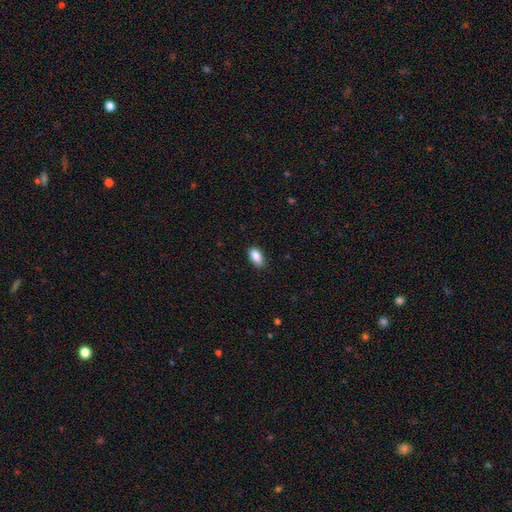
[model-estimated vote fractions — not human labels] smooth-or-featured: smooth: 88% | star or artifact: 8% | featured or disk: 5%
  how-rounded: in between: 92% | round: 4% | cigar-shaped: 4%
  merging: none: 82% | minor disturbance: 14% | major disturbance: 2% | merger: 1%